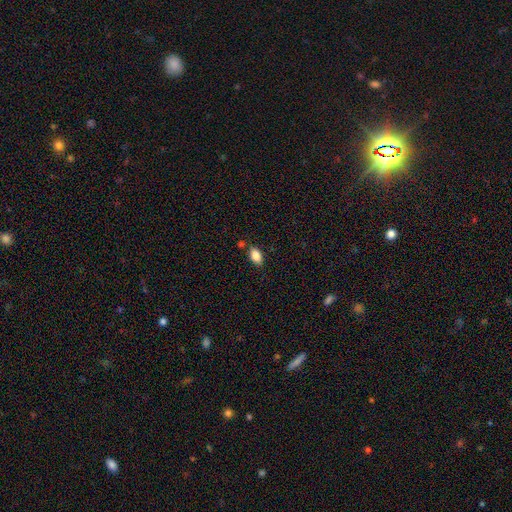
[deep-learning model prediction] A smooth galaxy with no disk features (85%) that is in between round and cigar-shaped (90%). Merging: none (77%).